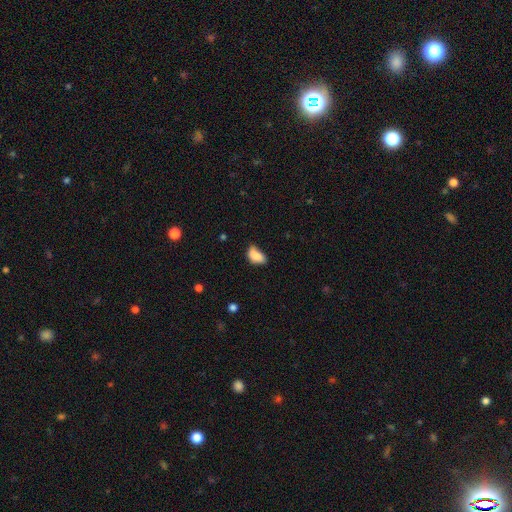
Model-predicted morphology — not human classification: A smooth galaxy with no disk features (80%) that is in between round and cigar-shaped (89%).

Vote fractions:
- Smooth or featured? smooth: 80% / featured or disk: 11% / star or artifact: 9%
- How rounded? in between: 89% / round: 8% / cigar-shaped: 3%
- Merging? minor disturbance: 37% / none: 35% / major disturbance: 16% / merger: 12%